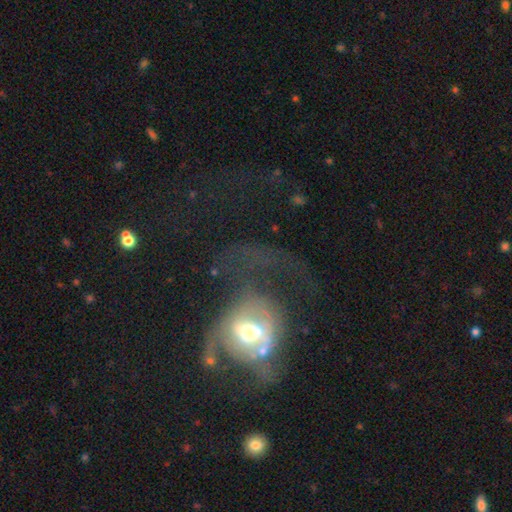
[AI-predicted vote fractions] smooth-or-featured: featured or disk: 58% | smooth: 28% | star or artifact: 14%
  disk-edge-on: no: 95% | yes: 5%
    bar: no: 62% | weak: 26% | strong: 11%
    has-spiral-arms: no: 57% | yes: 43%
    bulge-size: moderate: 61% | large: 19% | small: 14% | dominant: 4% | none: 2%
  merging: major disturbance: 59% | none: 20% | minor disturbance: 11% | merger: 10%